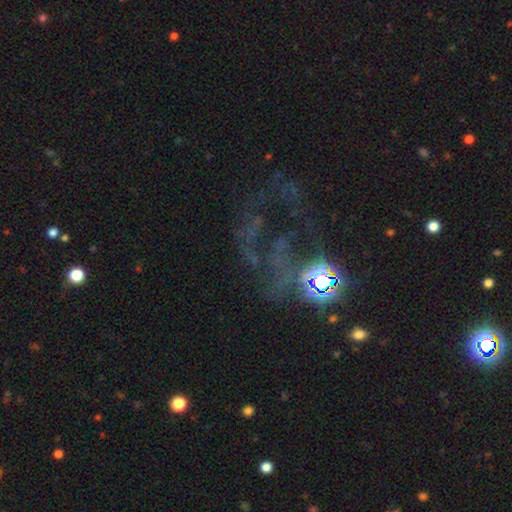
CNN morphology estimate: This appears to be a star or artifact, not a galaxy (49%).